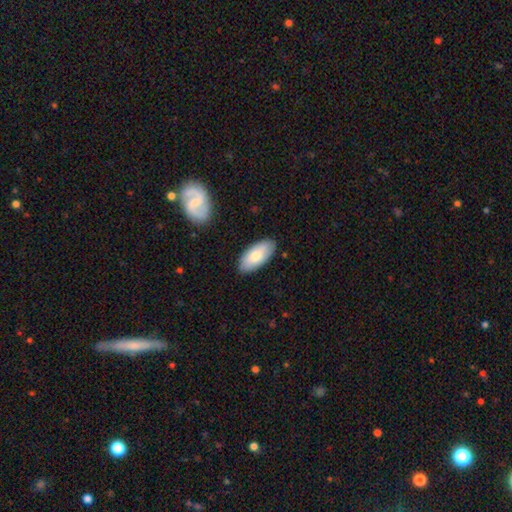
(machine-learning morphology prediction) This is likely a smooth galaxy (74%). How rounded: clearly in between (91%). Merging: clearly none (86%).